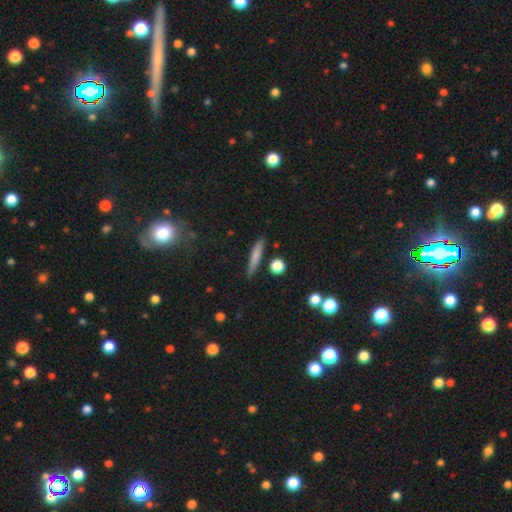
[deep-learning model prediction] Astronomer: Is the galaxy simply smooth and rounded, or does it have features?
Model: smooth — 72%.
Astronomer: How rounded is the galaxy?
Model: cigar-shaped — 89%.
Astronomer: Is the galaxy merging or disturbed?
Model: none — 84%.